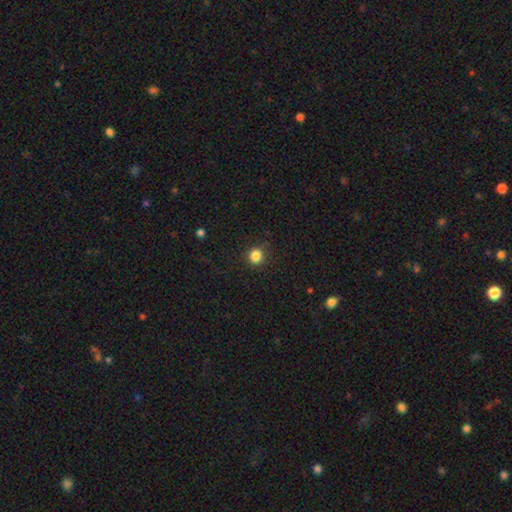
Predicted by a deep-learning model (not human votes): A smooth galaxy with no disk features (84%) that is round (89%). Merging: none (87%).